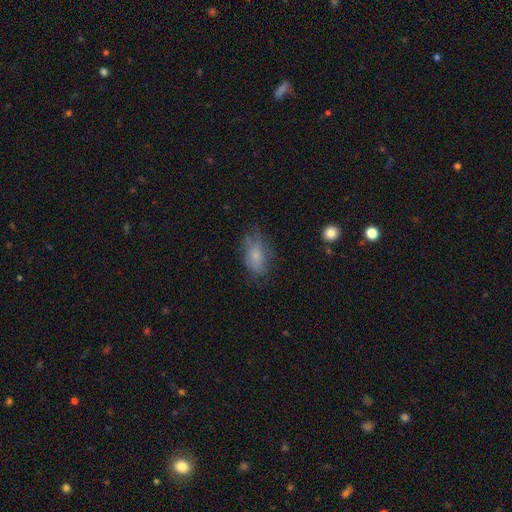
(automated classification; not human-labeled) The model was most divided on "merging": none: 58%, minor disturbance: 27%, major disturbance: 13%, merger: 2%. More confident: how rounded — in between (88%); smooth or featured — smooth (67%).